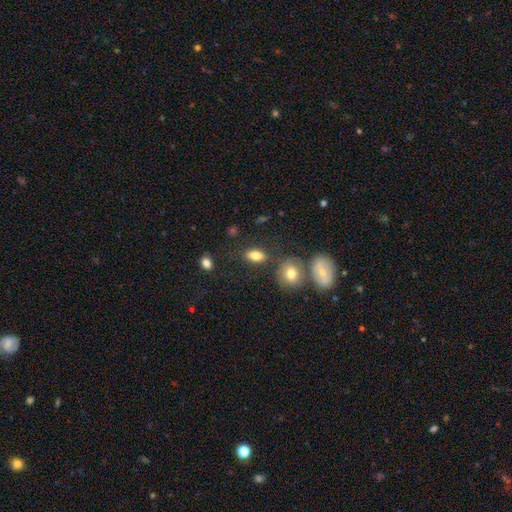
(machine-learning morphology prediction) smooth-or-featured: smooth: 79% | featured or disk: 11% | star or artifact: 9%
  how-rounded: in between: 83% | round: 10% | cigar-shaped: 6%
  merging: none: 78% | minor disturbance: 11% | merger: 7% | major disturbance: 4%